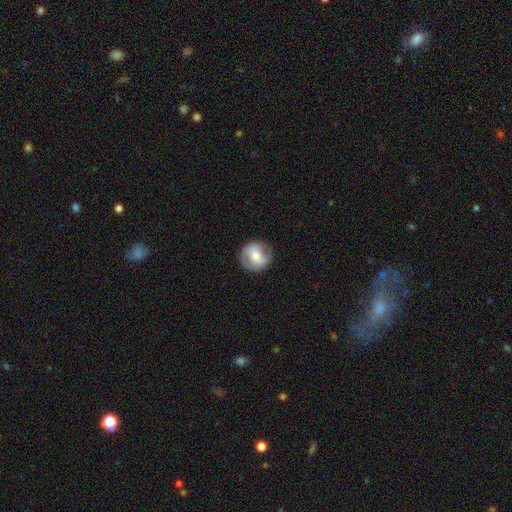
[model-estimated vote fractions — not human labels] smooth_or_featured: featured or disk (p=0.52) [alt: smooth p=0.41]
disk_edge_on: no (p=0.95) [alt: yes p=0.05]
merging: none (p=0.81) [alt: minor disturbance p=0.13]